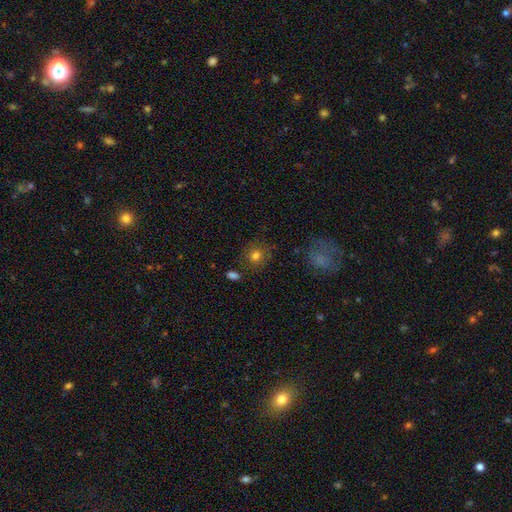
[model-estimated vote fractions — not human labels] The model was most divided on "smooth or featured": smooth: 78%, star or artifact: 13%, featured or disk: 9%. More confident: how rounded — round (87%); merging — none (80%).